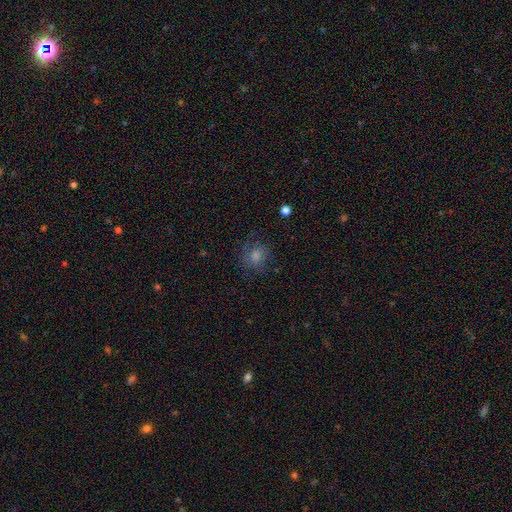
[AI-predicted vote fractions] This is possibly a smooth galaxy (46%). Merging: likely none (73%).